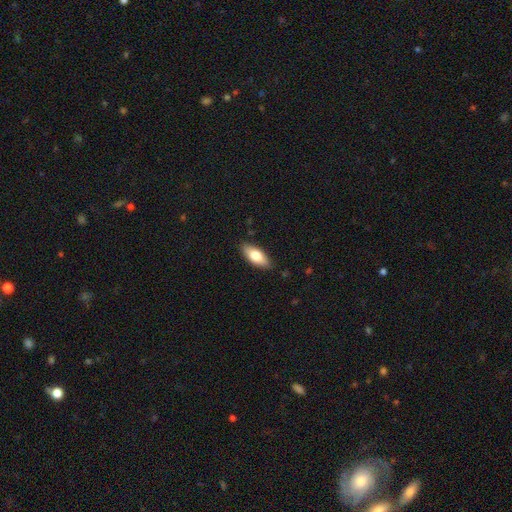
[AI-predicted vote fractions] smooth 74%, featured or disk 20%, star or artifact 6%. Down the decision tree: how rounded — in between (81%); merging — none (86%).